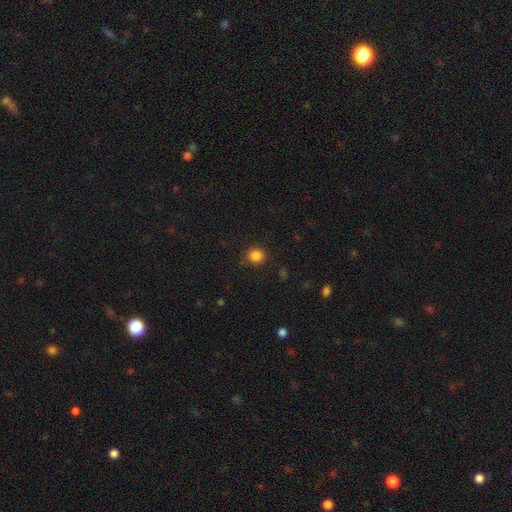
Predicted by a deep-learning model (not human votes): A smooth galaxy with no disk features (85%) that is round (90%).

Vote fractions:
- Smooth or featured? smooth: 85% / star or artifact: 12% / featured or disk: 4%
- How rounded? round: 90% / in between: 9% / cigar-shaped: 1%
- Merging? none: 88% / minor disturbance: 8% / major disturbance: 3% / merger: 1%